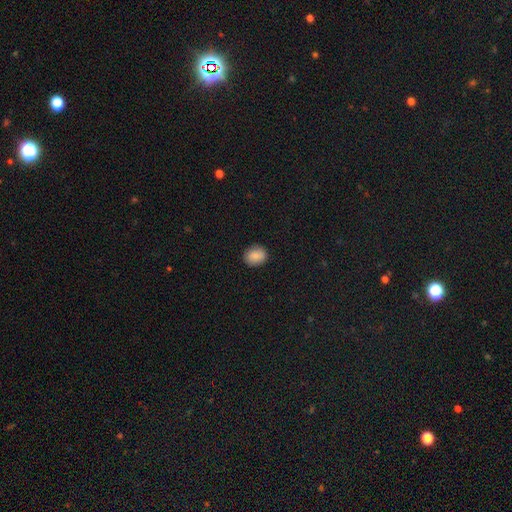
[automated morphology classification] This is clearly a smooth galaxy (87%). How rounded: possibly round (52%). Merging: clearly none (89%).